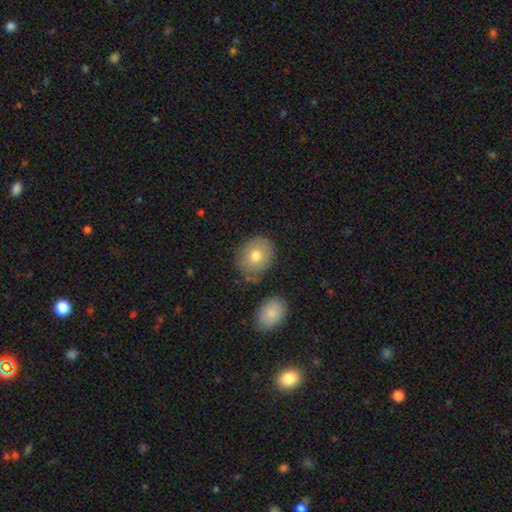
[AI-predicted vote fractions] This is likely a smooth galaxy (75%). How rounded: possibly round (58%). Merging: likely none (76%).